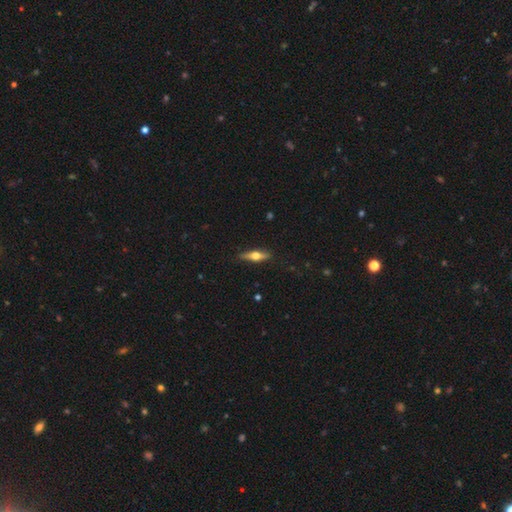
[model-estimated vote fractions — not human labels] Morphology: type=featured or disk (56%); edge-on=yes (94%); edge-on bulge=rounded (95%); merging=none (88%).